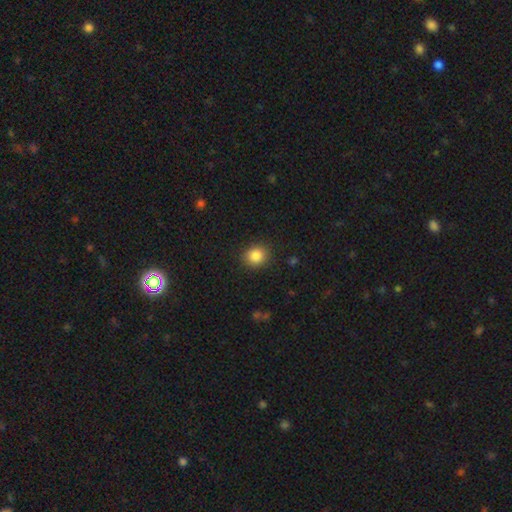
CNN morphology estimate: Q: Smooth or featured?
A: smooth (86%); runner-up: star or artifact (10%)
Q: How rounded?
A: round (77%); runner-up: in between (22%)
Q: Merging?
A: none (88%); runner-up: minor disturbance (8%)